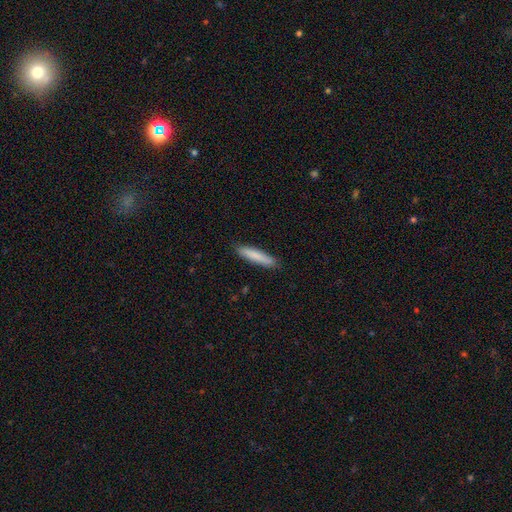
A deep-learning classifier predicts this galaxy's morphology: Q: Smooth or featured?
A: smooth (84%); runner-up: featured or disk (11%)
Q: How rounded?
A: cigar-shaped (89%); runner-up: in between (10%)
Q: Merging?
A: none (89%); runner-up: minor disturbance (8%)